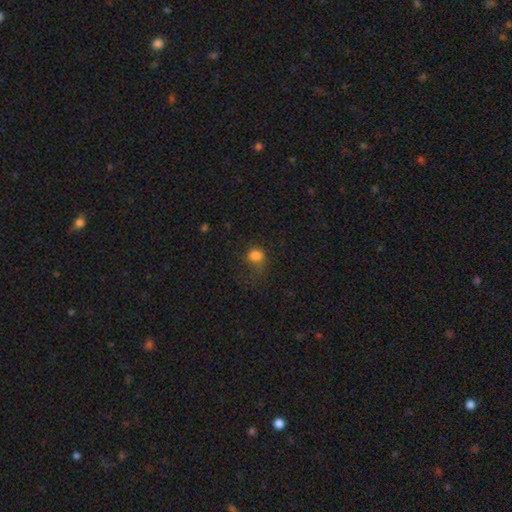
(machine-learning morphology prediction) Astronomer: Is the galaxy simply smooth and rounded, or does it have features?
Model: smooth — 81%.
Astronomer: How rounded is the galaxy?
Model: round — 74%.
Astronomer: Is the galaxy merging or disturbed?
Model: none — 55%.